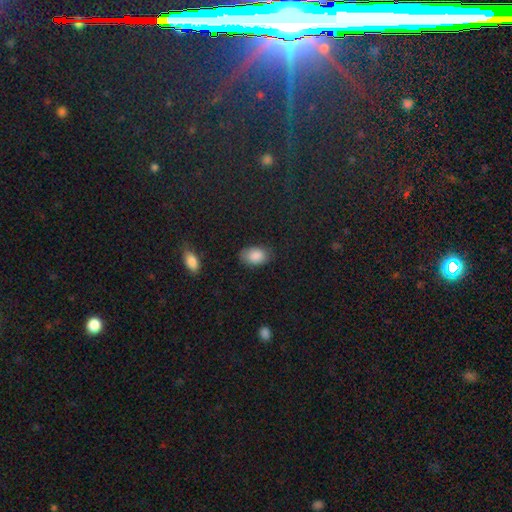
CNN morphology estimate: This is clearly a smooth galaxy (85%). How rounded: clearly in between (88%). Merging: likely none (74%).